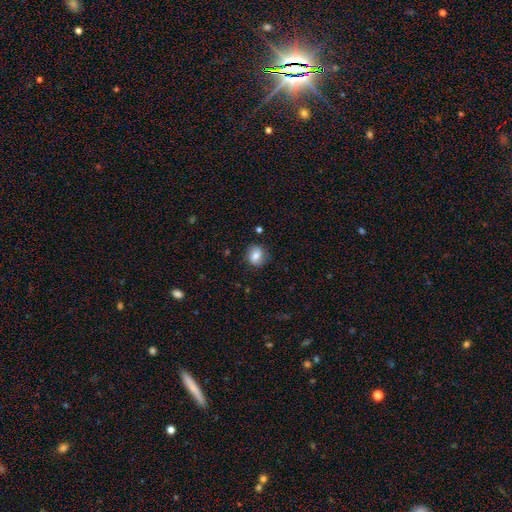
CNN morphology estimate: This is likely a smooth galaxy (70%). How rounded: likely round (66%). Merging: clearly none (80%).